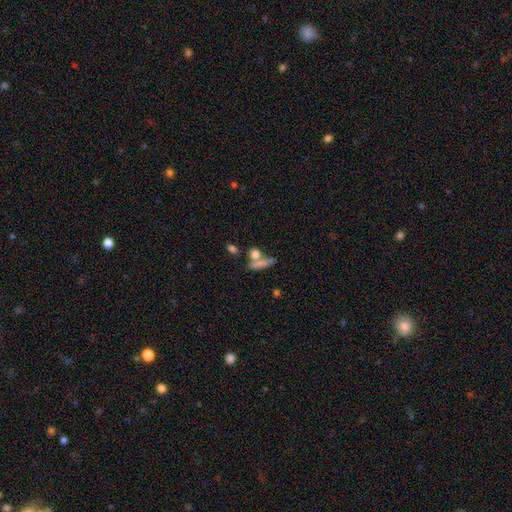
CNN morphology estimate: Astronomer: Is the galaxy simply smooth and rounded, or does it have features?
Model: smooth — 71%.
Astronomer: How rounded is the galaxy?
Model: cigar-shaped — 33%, tied with round and in between at 33%.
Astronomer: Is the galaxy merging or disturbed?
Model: none — 50% (runner-up: merger, 32%).